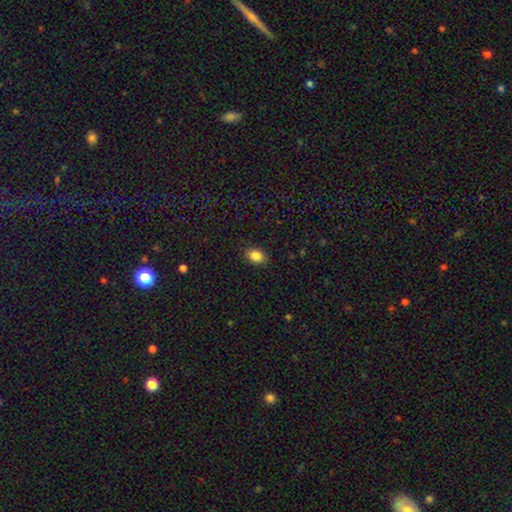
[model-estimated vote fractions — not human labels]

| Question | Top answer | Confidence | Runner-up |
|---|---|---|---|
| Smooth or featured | smooth | 86% | star or artifact (9%) |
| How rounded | in between | 72% | round (27%) |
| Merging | none | 88% | minor disturbance (9%) |